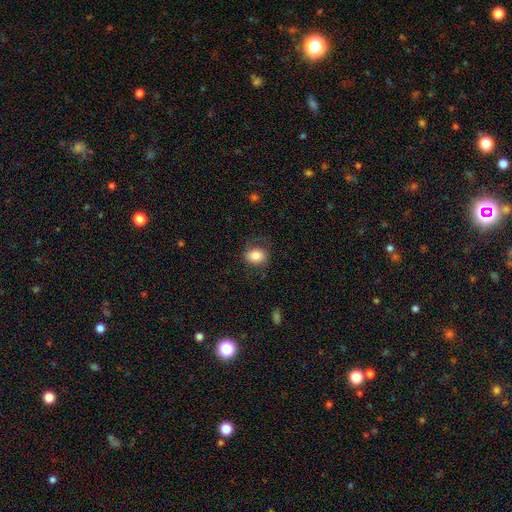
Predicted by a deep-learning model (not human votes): This appears to be a smooth galaxy with no disk features (79%) that is in between round and cigar-shaped (50%). Merging: none (68%).